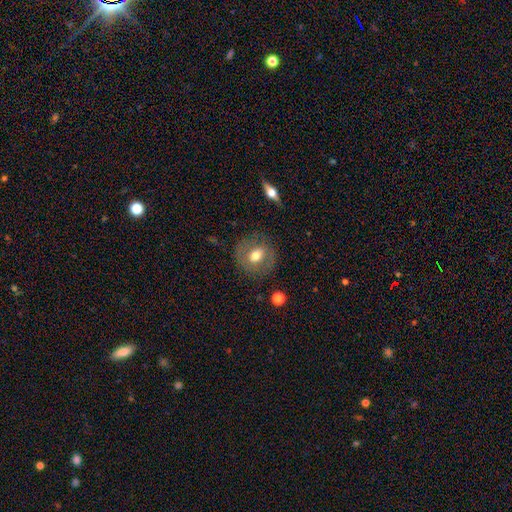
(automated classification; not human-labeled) Morphology: type=smooth (57%); roundness=round (72%); merging=none (79%).